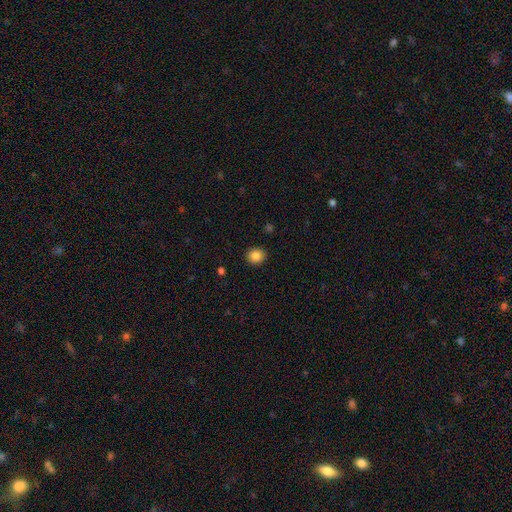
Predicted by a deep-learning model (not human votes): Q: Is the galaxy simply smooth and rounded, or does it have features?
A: smooth — 86%.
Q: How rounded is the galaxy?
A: round — 82%.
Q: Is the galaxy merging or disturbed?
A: none — 91%.